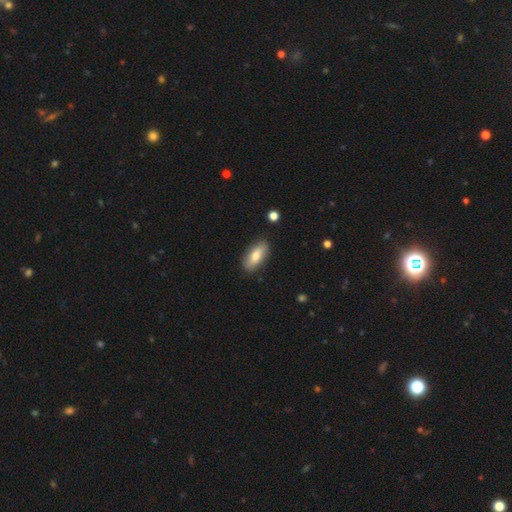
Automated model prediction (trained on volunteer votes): Overall: smooth (75%). How rounded: in between (83%). Merging: none (86%).